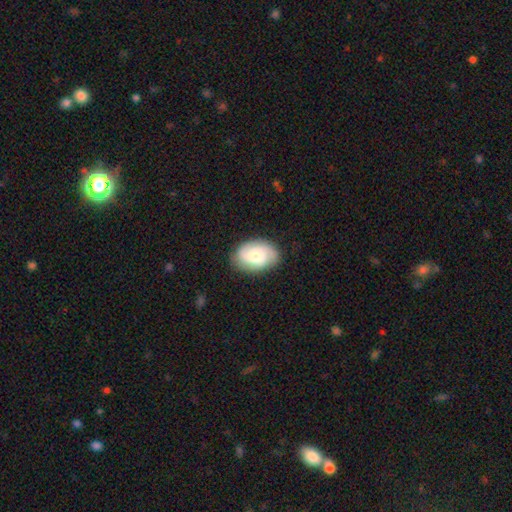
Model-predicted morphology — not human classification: This is possibly a featured or disk galaxy (57%). It is clearly not viewed edge-on (97%). Bar: likely no (71%). Spiral arm pattern: clearly yes (92%). Spiral arm count: marginally 3 (37%). Spiral winding: marginally medium (43%). Central bulge: possibly moderate (53%). Merging: clearly none (81%).